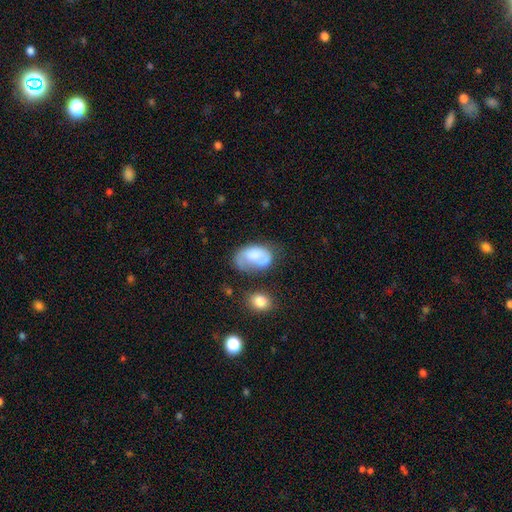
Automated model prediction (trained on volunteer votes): smooth-or-featured: smooth: 56% | featured or disk: 36% | star or artifact: 8%
  how-rounded: in between: 87% | round: 11% | cigar-shaped: 1%
  merging: none: 37% | minor disturbance: 29% | major disturbance: 25% | merger: 9%